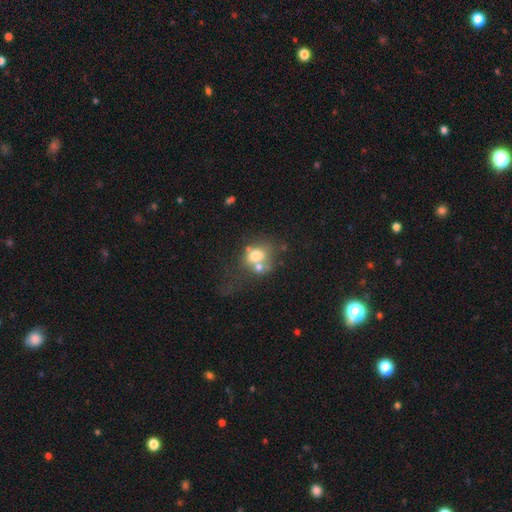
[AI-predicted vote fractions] Smooth or featured?
  - smooth: 64% *
  - featured or disk: 24%
  - star or artifact: 13%
How rounded?
  - round: 50% *
  - in between: 49%
  - cigar-shaped: 1%
Merging?
  - merger: 48% *
  - none: 26%
  - major disturbance: 14%
  - minor disturbance: 12%